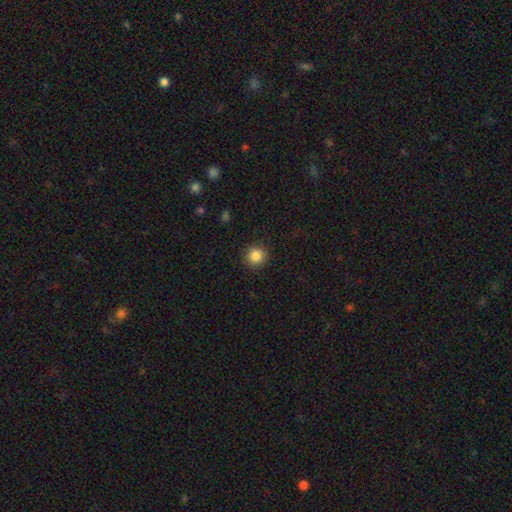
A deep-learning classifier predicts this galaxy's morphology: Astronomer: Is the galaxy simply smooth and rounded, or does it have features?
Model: smooth — 86%.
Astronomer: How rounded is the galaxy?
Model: round — 94%.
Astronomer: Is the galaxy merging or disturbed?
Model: none — 91%.